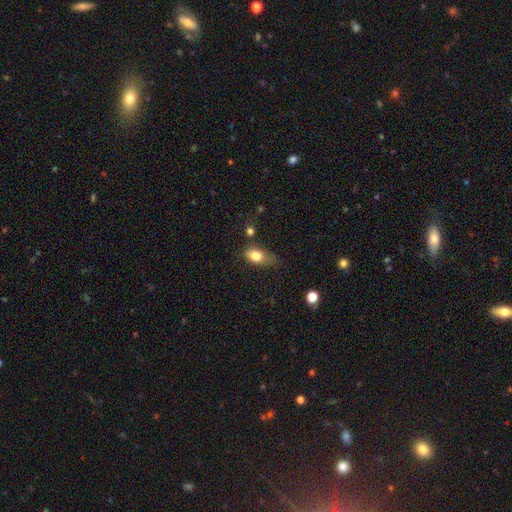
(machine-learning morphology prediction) A smooth galaxy with no disk features (80%) that is in between round and cigar-shaped (84%). Merging: none (39%).